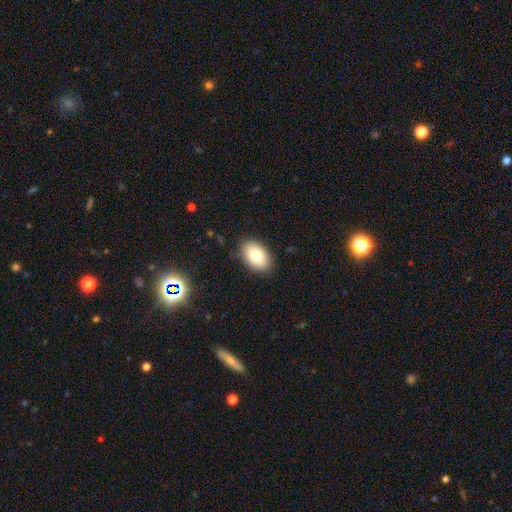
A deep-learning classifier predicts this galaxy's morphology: smooth 78%, featured or disk 14%, star or artifact 8%. Down the decision tree: how rounded — in between (89%); merging — none (87%).